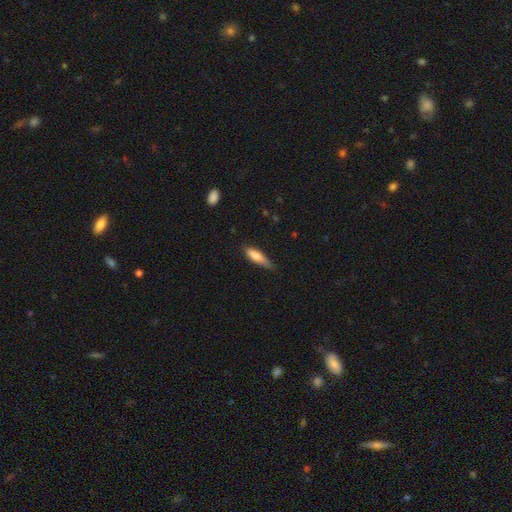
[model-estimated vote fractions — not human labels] The model was most divided on "how rounded": cigar-shaped: 58%, in between: 40%, round: 2%. More confident: smooth or featured — smooth (72%); merging — none (56%).